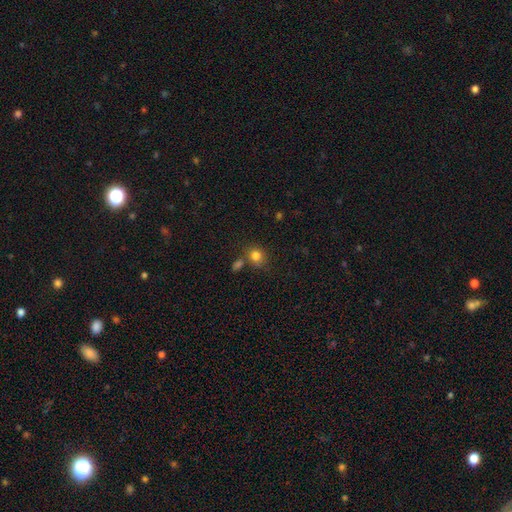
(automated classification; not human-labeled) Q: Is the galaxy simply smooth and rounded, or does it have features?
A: smooth — 82%.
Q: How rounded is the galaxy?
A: round — 74%.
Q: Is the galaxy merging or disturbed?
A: none — 66%.